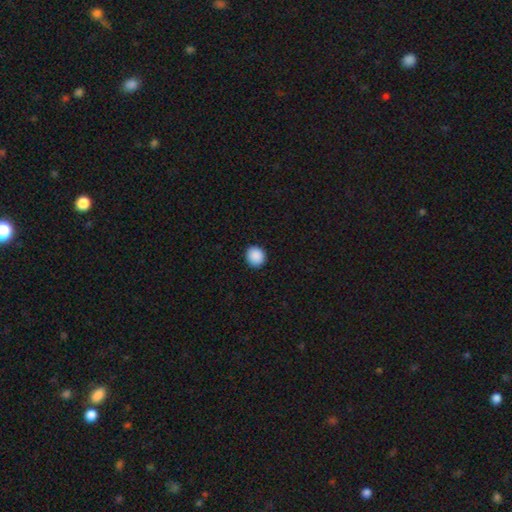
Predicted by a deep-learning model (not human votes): Morphology: type=smooth (90%); roundness=round (82%); merging=none (92%).